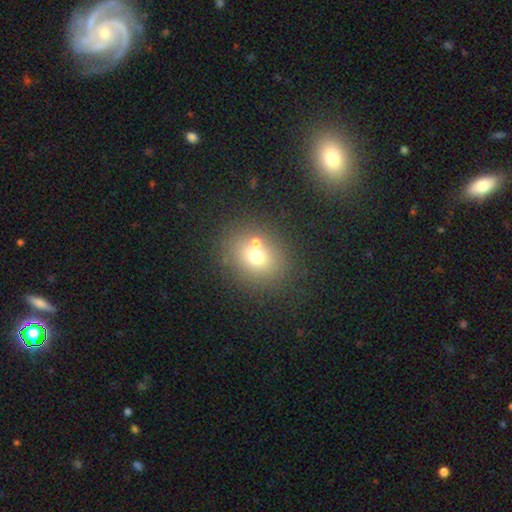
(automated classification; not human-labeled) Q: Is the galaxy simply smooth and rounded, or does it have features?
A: smooth — 67%.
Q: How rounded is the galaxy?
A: round — 63%.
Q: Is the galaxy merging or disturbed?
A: none — 64%.